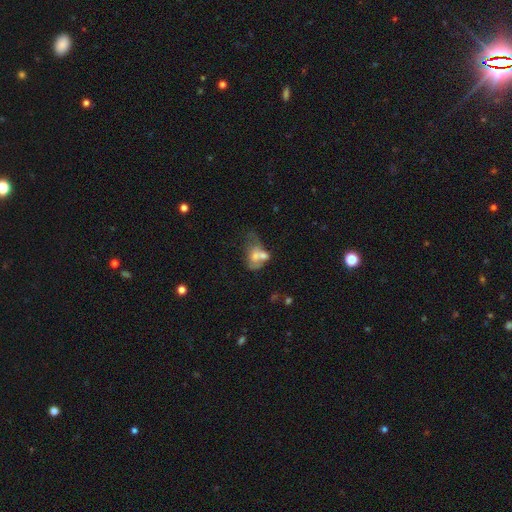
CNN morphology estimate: A smooth galaxy with no disk features (51%) that is in between round and cigar-shaped (75%). Merging: merger (53%).